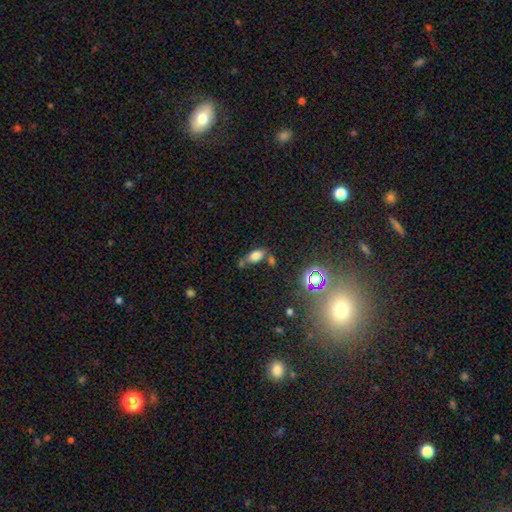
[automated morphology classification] type=smooth (74%); roundness=in between (88%); merging=none (53%).